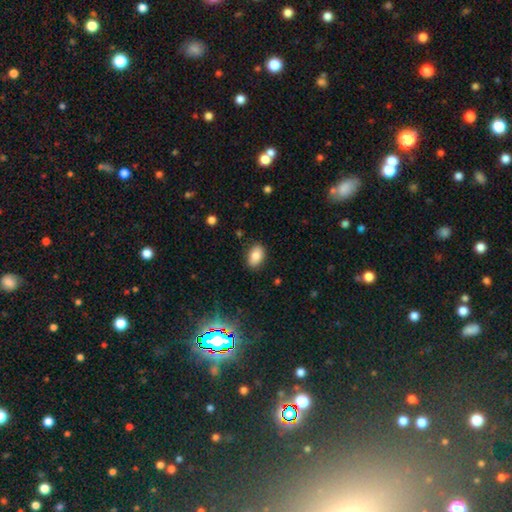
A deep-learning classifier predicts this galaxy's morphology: smooth 83%, star or artifact 9%, featured or disk 8%. Down the decision tree: how rounded — in between (88%); merging — none (86%).